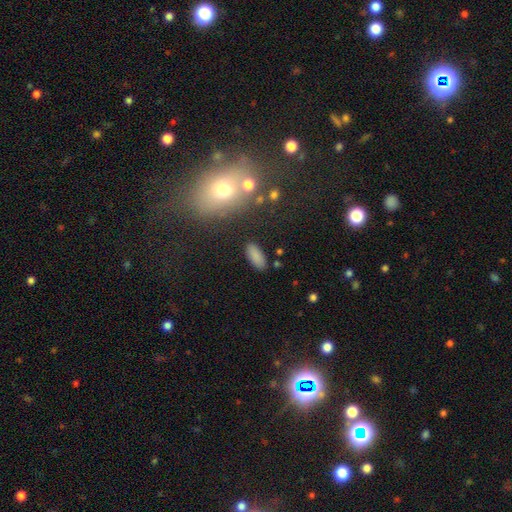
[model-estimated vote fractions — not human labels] Smooth or featured? Predicted: smooth (p=0.85). How rounded? Predicted: in between (p=0.85). Merging? Predicted: none (p=0.86).